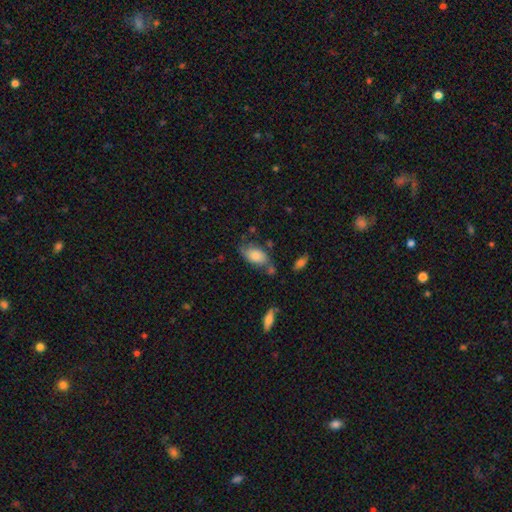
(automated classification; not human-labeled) smooth-or-featured: smooth: 70% | featured or disk: 22% | star or artifact: 8%
  how-rounded: in between: 91% | round: 6% | cigar-shaped: 3%
  merging: none: 53% | minor disturbance: 27% | major disturbance: 11% | merger: 9%